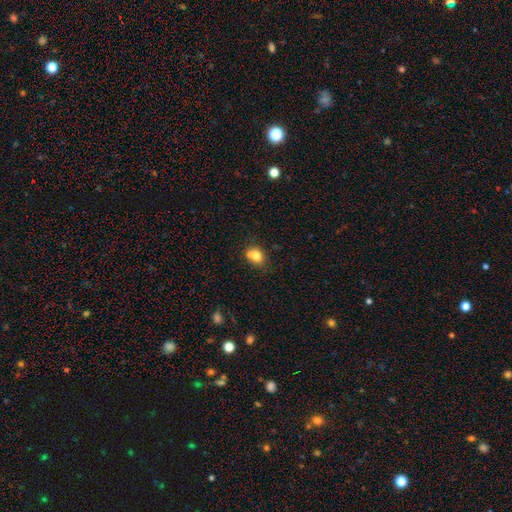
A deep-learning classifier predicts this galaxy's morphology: This is likely a smooth galaxy (74%). How rounded: possibly round (59%). Merging: possibly merger (47%).